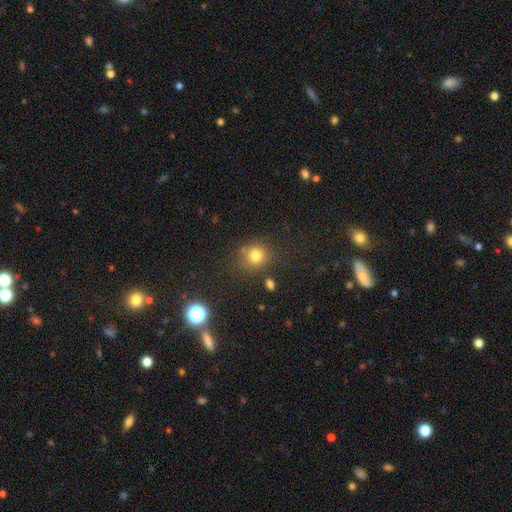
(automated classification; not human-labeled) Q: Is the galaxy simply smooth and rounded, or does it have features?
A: smooth — 79%.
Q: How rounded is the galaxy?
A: round — 86%.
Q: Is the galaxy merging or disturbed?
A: none — 76%.